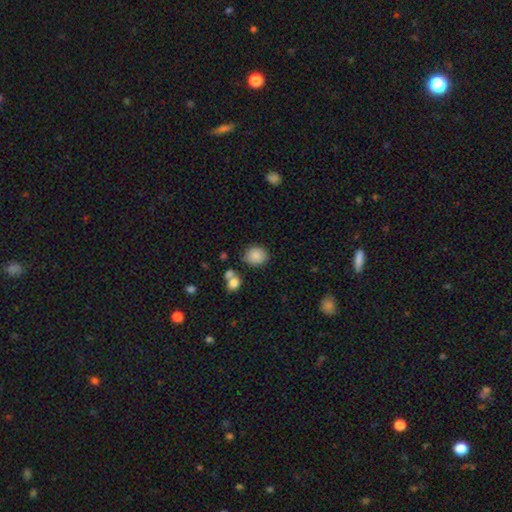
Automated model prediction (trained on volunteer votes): smooth_or_featured: smooth (p=0.85) [alt: star or artifact p=0.09]
how_rounded: round (p=0.66) [alt: in between p=0.33]
merging: none (p=0.77) [alt: minor disturbance p=0.12]